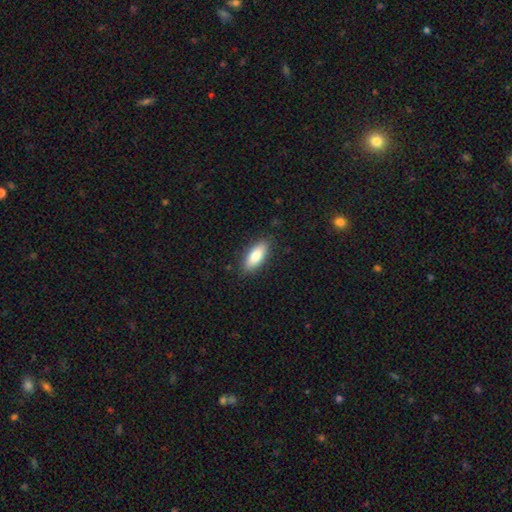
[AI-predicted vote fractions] This appears to be a smooth galaxy with no disk features (82%) that is in between round and cigar-shaped (76%). Merging: none (86%).